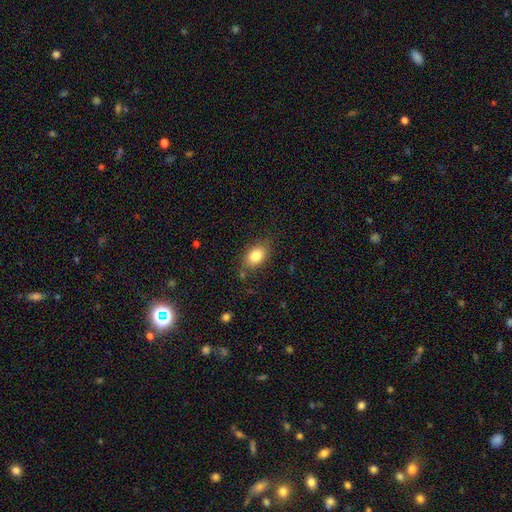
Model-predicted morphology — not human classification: smooth-or-featured: smooth: 82% | featured or disk: 9% | star or artifact: 9%
  how-rounded: in between: 80% | round: 19% | cigar-shaped: 2%
  merging: none: 79% | minor disturbance: 15% | major disturbance: 4% | merger: 2%